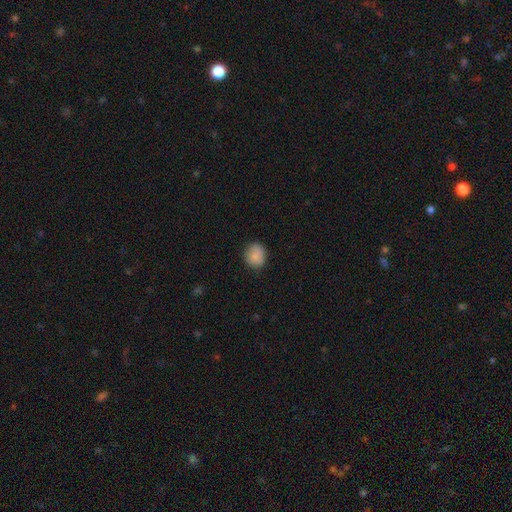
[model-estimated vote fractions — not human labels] Smooth or featured? smooth (85%)
How rounded? round (75%)
Merging? none (81%)